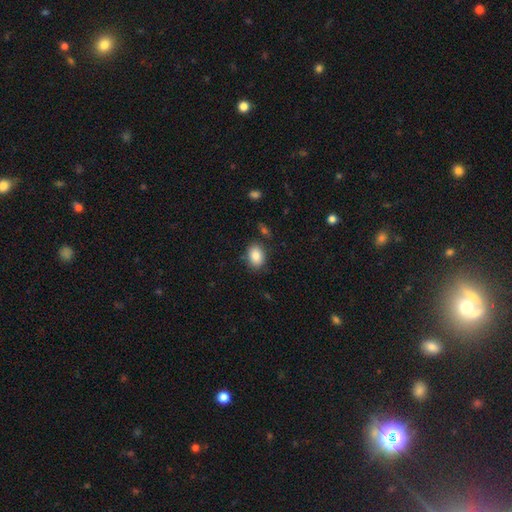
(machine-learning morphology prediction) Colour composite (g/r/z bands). It shows a smooth galaxy with no disk features (86%) that is in between round and cigar-shaped (77%). Merging: none (80%).